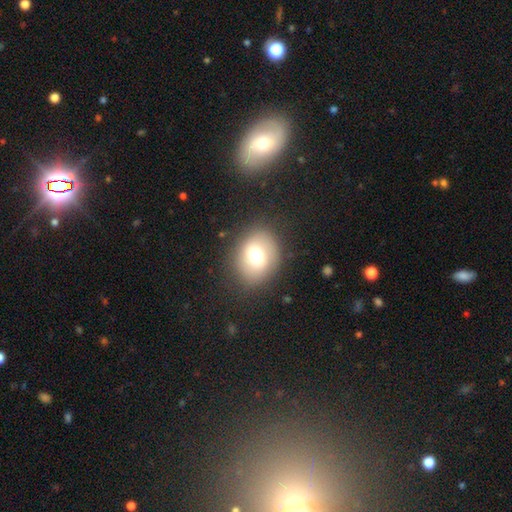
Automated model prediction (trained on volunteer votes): Smooth or featured: smooth — 71% (featured or disk — 18%)
How rounded: in between — 51% (round — 48%)
Merging: none — 80% (minor disturbance — 13%)